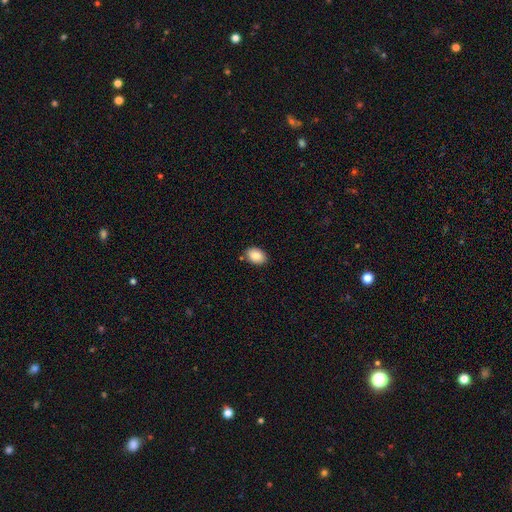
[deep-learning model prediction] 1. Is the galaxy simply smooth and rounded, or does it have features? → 85% smooth, 8% featured or disk, 7% star or artifact.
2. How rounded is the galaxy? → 81% in between, 18% round, 1% cigar-shaped.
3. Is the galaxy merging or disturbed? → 85% none, 10% minor disturbance, 3% merger, 2% major disturbance.